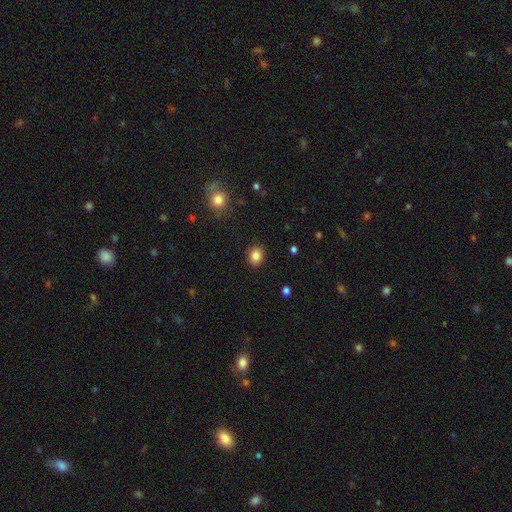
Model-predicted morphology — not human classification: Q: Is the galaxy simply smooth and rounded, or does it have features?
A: smooth — 86%.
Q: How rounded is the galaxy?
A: round — 68%.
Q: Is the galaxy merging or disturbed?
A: none — 89%.